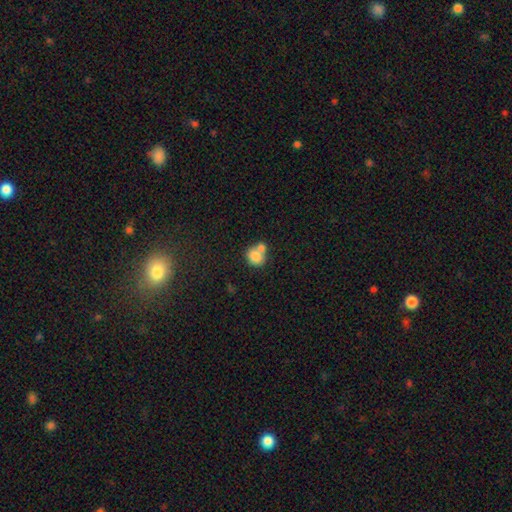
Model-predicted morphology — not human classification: type=smooth (79%); roundness=round (73%); merging=merger (52%).